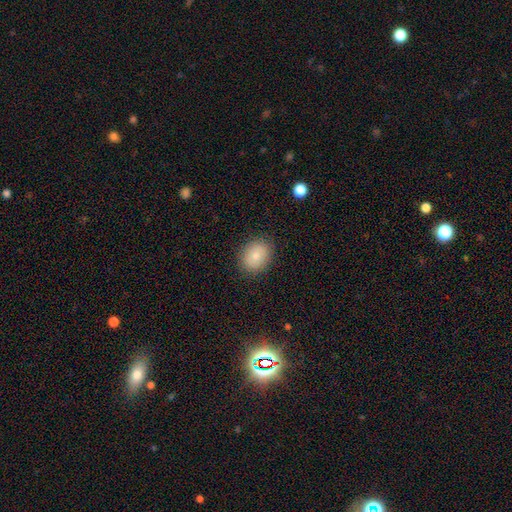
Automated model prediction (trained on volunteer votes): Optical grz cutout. It shows a smooth galaxy with no disk features (82%) that is round (56%). Merging: none (87%).